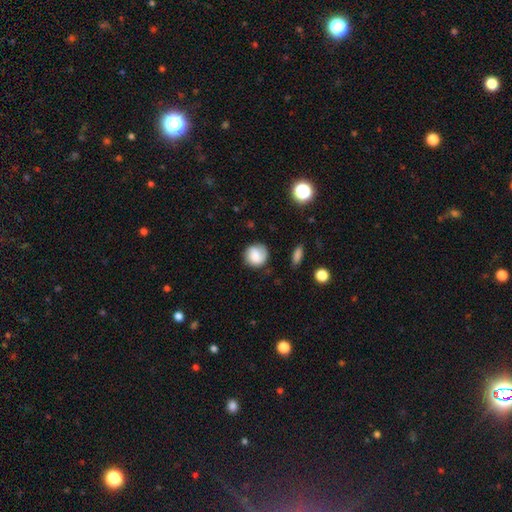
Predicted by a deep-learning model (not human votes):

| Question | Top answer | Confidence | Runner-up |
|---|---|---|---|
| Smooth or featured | smooth | 72% | featured or disk (20%) |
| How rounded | round | 87% | in between (12%) |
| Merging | none | 73% | minor disturbance (19%) |